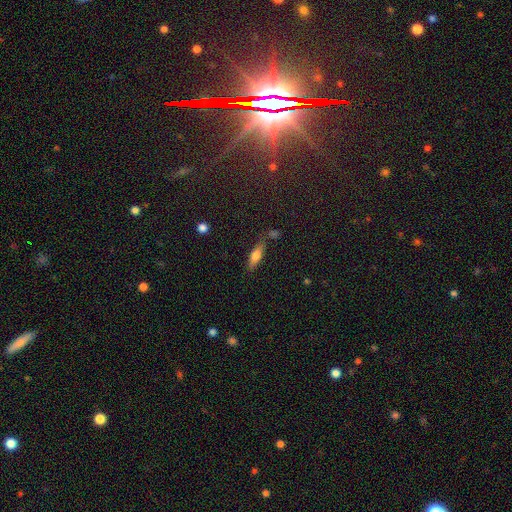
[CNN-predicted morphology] Smooth or featured?
  - smooth: 61% *
  - featured or disk: 30%
  - star or artifact: 9%
How rounded?
  - cigar-shaped: 55% *
  - in between: 42%
  - round: 3%
Merging?
  - none: 74% *
  - minor disturbance: 15%
  - merger: 6%
  - major disturbance: 4%